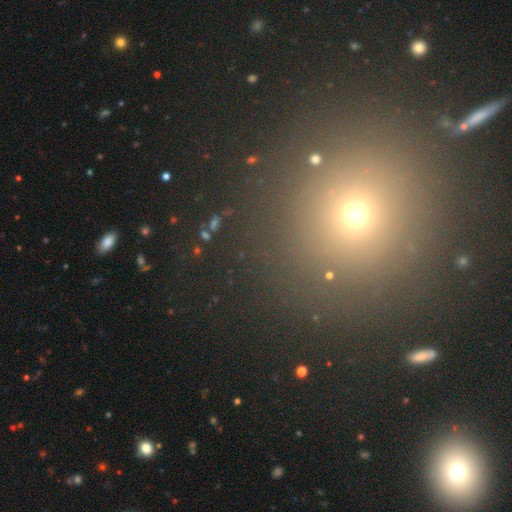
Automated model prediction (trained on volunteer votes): A smooth galaxy with no disk features (53%) that is round (92%).

Vote fractions:
- Smooth or featured? smooth: 53% / star or artifact: 39% / featured or disk: 8%
- How rounded? round: 92% / in between: 6% / cigar-shaped: 1%
- Merging? none: 88% / minor disturbance: 6% / major disturbance: 3% / merger: 3%